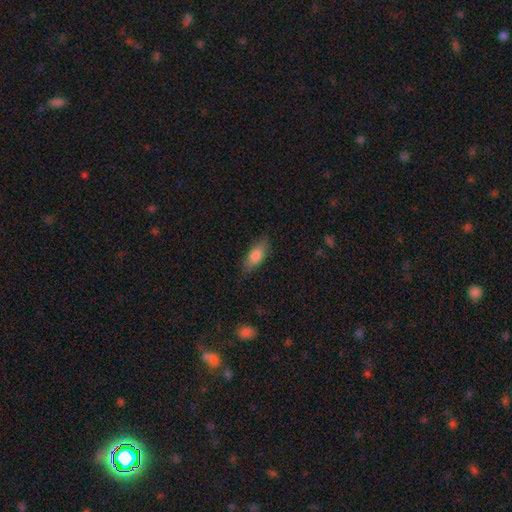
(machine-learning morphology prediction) A smooth galaxy with no disk features (79%) that is in between round and cigar-shaped (79%).

Vote fractions:
- Smooth or featured? smooth: 79% / featured or disk: 14% / star or artifact: 7%
- How rounded? in between: 79% / cigar-shaped: 19% / round: 3%
- Merging? none: 80% / minor disturbance: 15% / major disturbance: 3% / merger: 1%